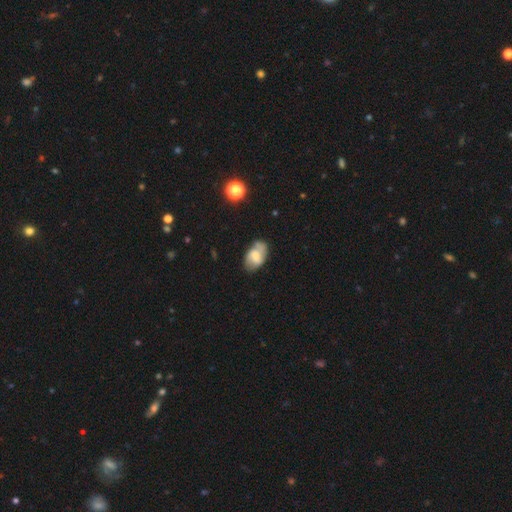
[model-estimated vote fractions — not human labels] This is possibly a featured or disk galaxy (46%, tied with smooth). Merging: likely none (62%).